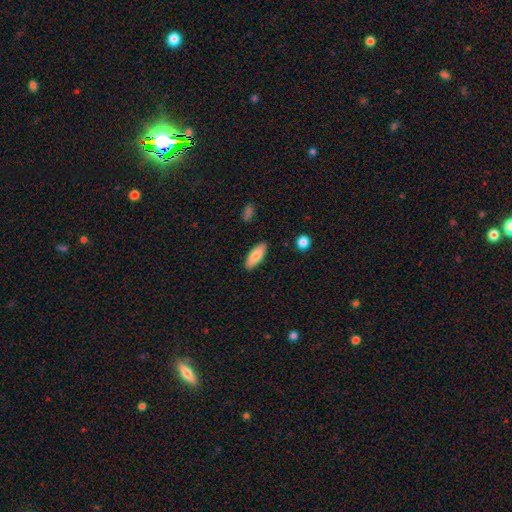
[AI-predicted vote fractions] The model was most divided on "how rounded": in between: 79%, cigar-shaped: 19%, round: 2%. More confident: merging — none (88%); smooth or featured — smooth (84%).